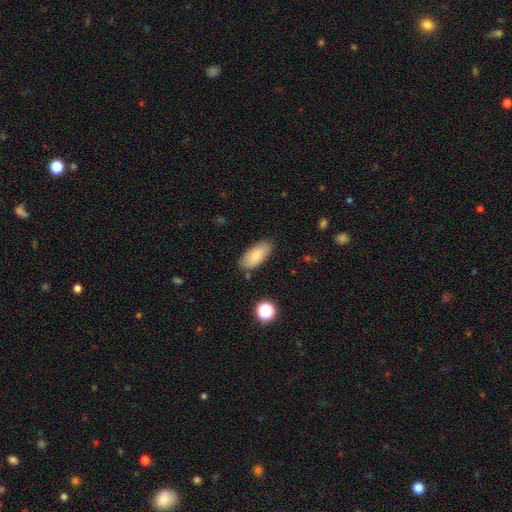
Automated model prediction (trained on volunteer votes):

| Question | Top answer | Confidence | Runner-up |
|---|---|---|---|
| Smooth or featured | smooth | 81% | featured or disk (11%) |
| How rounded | in between | 89% | cigar-shaped (9%) |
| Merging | none | 81% | minor disturbance (14%) |